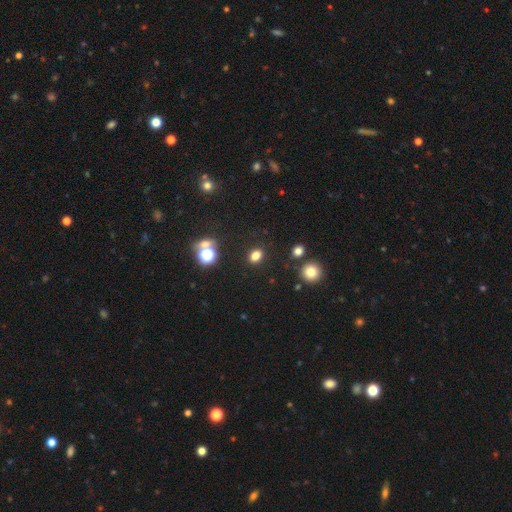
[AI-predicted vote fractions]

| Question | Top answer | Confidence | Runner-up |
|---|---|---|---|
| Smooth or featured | smooth | 77% | star or artifact (17%) |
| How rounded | in between | 59% | round (40%) |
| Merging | none | 85% | minor disturbance (9%) |